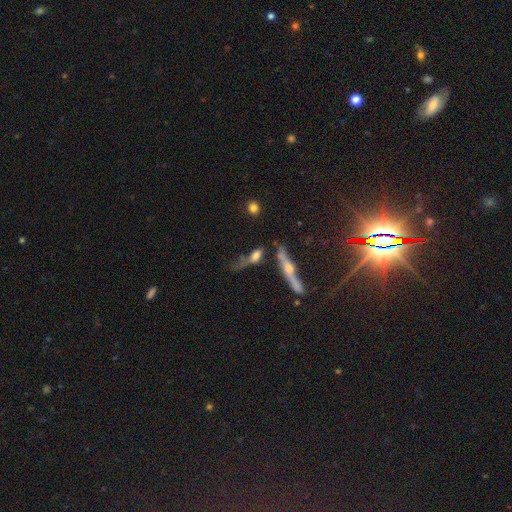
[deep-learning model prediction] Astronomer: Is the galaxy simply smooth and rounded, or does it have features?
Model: smooth — 49% (runner-up: featured or disk, 40%).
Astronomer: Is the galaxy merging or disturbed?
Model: none — 35% (runner-up: minor disturbance, 23%).